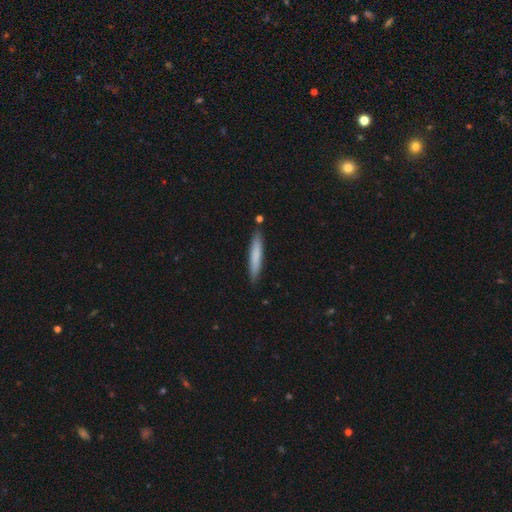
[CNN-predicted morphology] Overall: smooth (76%). How rounded: cigar-shaped (93%). Merging: none (87%).